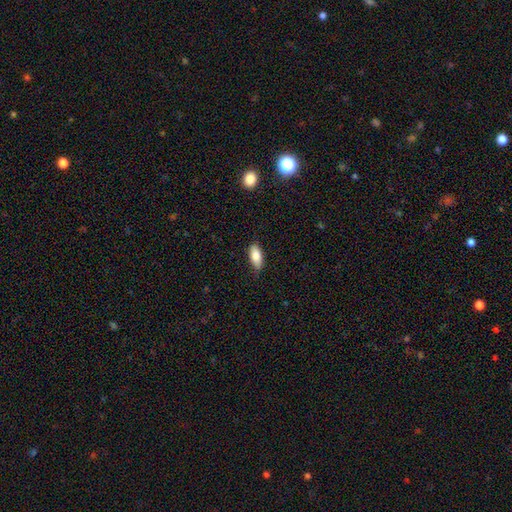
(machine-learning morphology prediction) Smooth or featured: smooth — 82% (featured or disk — 11%)
How rounded: in between — 86% (cigar-shaped — 11%)
Merging: none — 78% (minor disturbance — 18%)